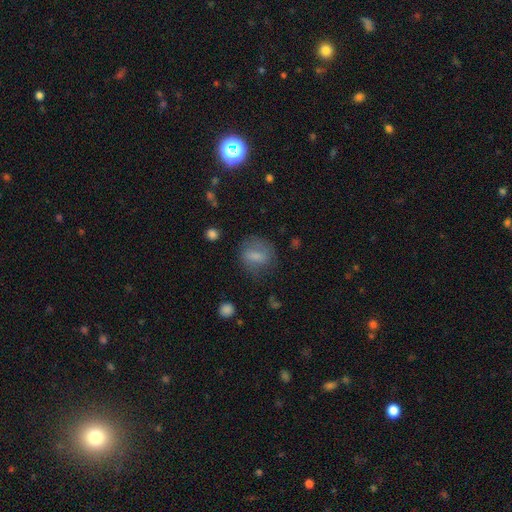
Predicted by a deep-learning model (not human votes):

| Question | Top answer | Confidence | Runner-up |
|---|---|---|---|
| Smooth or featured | smooth | 67% | featured or disk (24%) |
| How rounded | round | 56% | in between (41%) |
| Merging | none | 64% | minor disturbance (21%) |